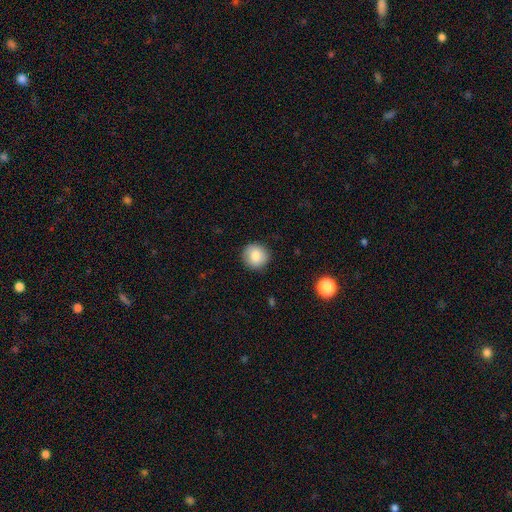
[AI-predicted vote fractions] smooth 84%, star or artifact 8%, featured or disk 7%. Down the decision tree: how rounded — round (93%); merging — none (89%).